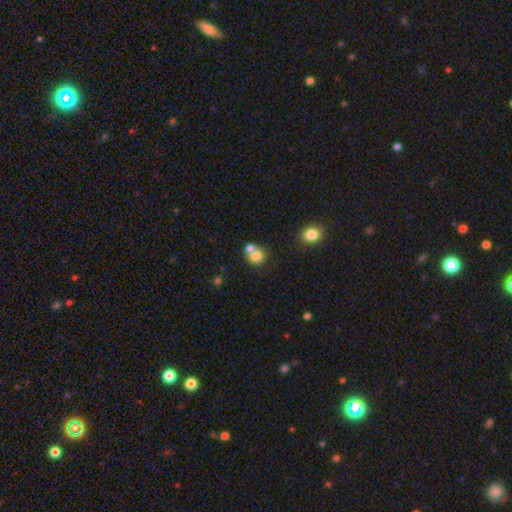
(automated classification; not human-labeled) Morphology: type=smooth (75%); roundness=round (81%); merging=merger (49%).